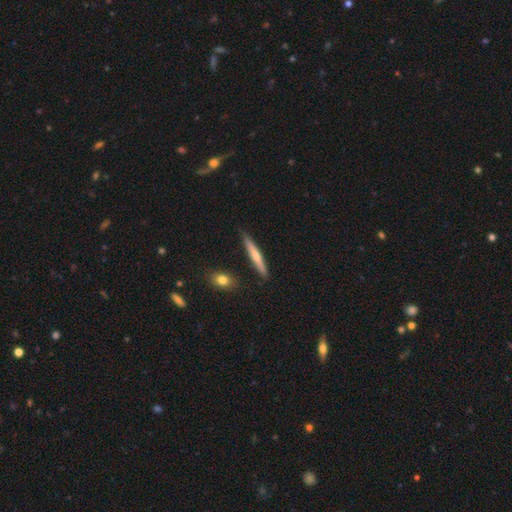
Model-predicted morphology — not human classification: Smooth or featured? smooth (53%)
How rounded? cigar-shaped (92%)
Merging? none (87%)